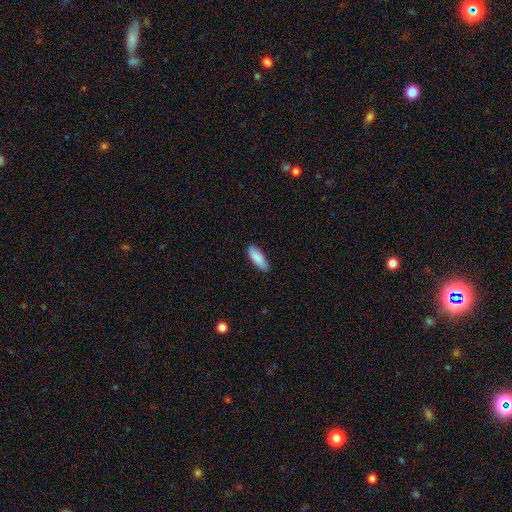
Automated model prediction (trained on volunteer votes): A smooth galaxy with no disk features (89%) that is in between round and cigar-shaped (64%). Merging: none (85%).